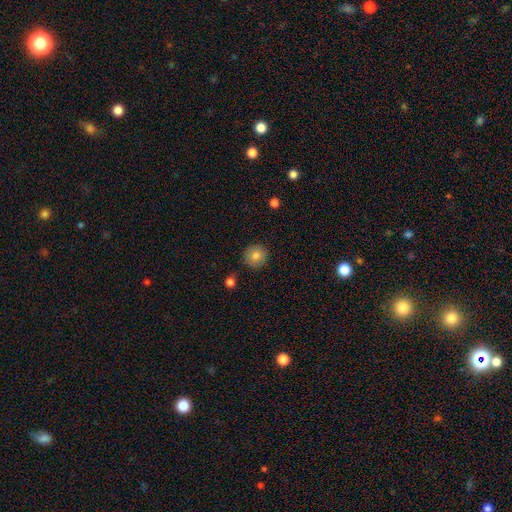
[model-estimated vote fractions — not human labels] smooth_or_featured: smooth (p=0.81) [alt: featured or disk p=0.10]
how_rounded: round (p=0.95) [alt: in between p=0.04]
merging: none (p=0.88) [alt: minor disturbance p=0.08]